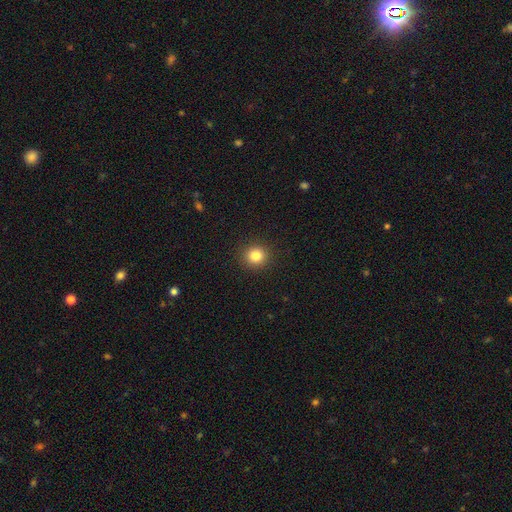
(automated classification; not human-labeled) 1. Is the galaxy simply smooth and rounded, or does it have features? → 83% smooth, 12% star or artifact, 5% featured or disk.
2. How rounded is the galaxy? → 92% round, 7% in between, 1% cigar-shaped.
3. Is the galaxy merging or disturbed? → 92% none, 5% minor disturbance, 2% major disturbance, 1% merger.